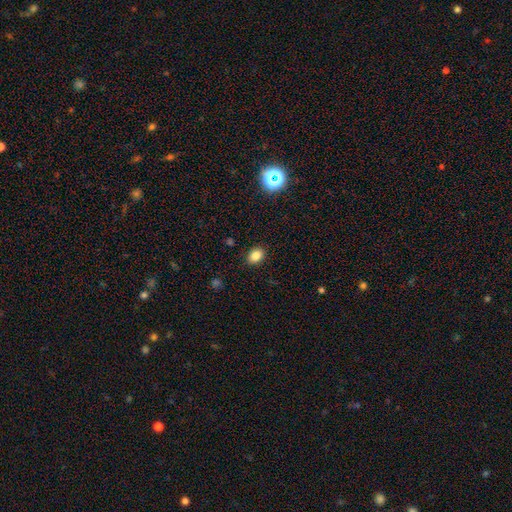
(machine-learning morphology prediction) The model was most divided on "how rounded": in between: 71%, round: 28%, cigar-shaped: 1%. More confident: merging — none (88%); smooth or featured — smooth (84%).